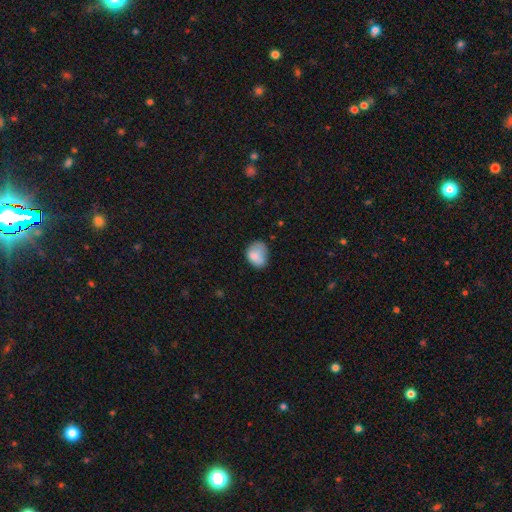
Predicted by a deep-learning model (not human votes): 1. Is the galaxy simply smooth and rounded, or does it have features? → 79% smooth, 13% featured or disk, 9% star or artifact.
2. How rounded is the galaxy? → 58% in between, 41% round, 1% cigar-shaped.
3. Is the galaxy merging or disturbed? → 47% none, 35% minor disturbance, 14% major disturbance, 3% merger.